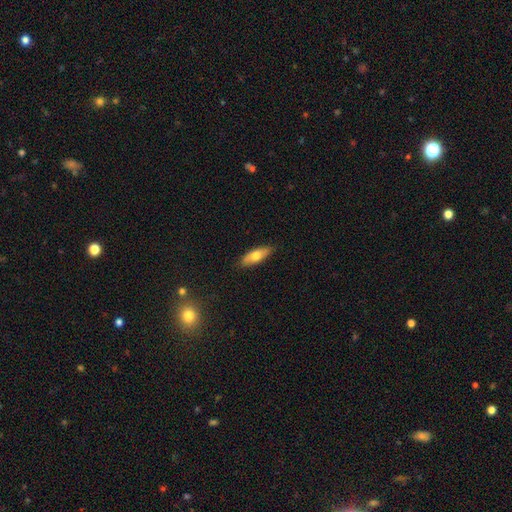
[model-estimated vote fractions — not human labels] Smooth or featured? smooth (68%)
How rounded? in between (59%)
Merging? none (86%)